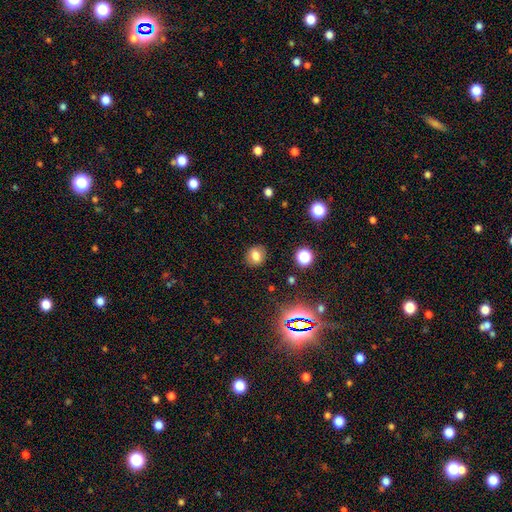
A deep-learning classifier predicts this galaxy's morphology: smooth-or-featured: smooth: 75% | star or artifact: 15% | featured or disk: 10%
  how-rounded: round: 69% | in between: 30% | cigar-shaped: 1%
  merging: none: 87% | minor disturbance: 9% | major disturbance: 3% | merger: 1%